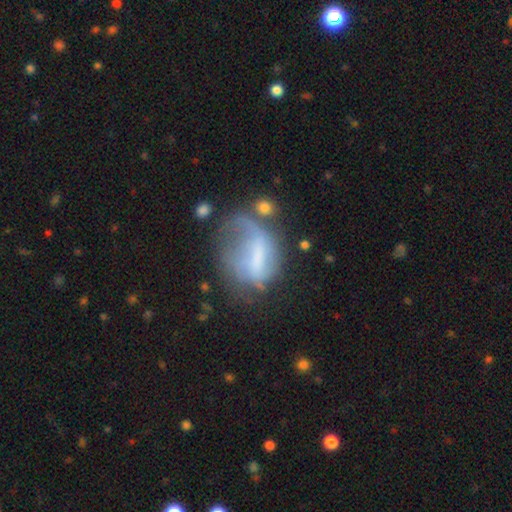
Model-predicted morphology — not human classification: Smooth or featured? Predicted: featured or disk (p=0.52). Edge-on disk? Predicted: no (p=0.95). Merging? Predicted: major disturbance (p=0.41).